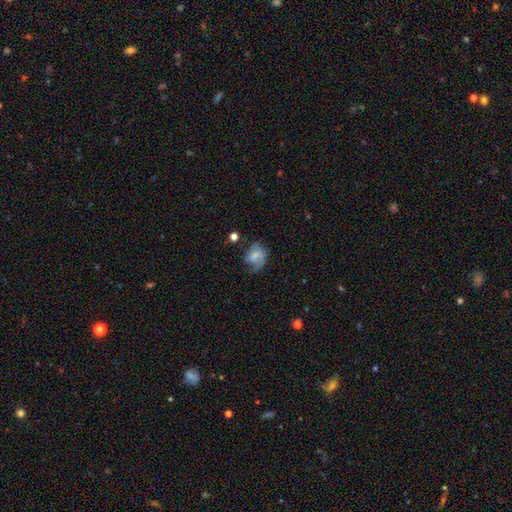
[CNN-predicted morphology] This appears to be a smooth galaxy with no disk features (48%). Merging: none (41%).